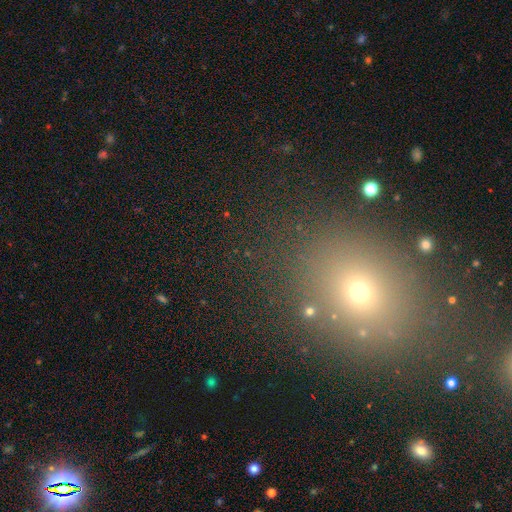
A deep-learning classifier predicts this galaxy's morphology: type=smooth (51%); roundness=round (53%); merging=none (81%).